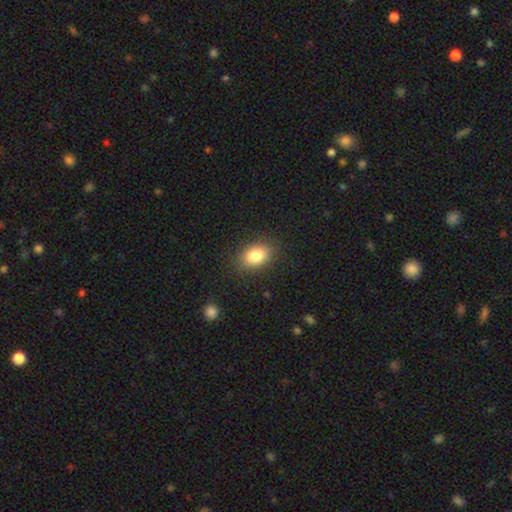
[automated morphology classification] smooth_or_featured: smooth (p=0.83) [alt: star or artifact p=0.09]
how_rounded: in between (p=0.80) [alt: round p=0.18]
merging: none (p=0.86) [alt: minor disturbance p=0.10]